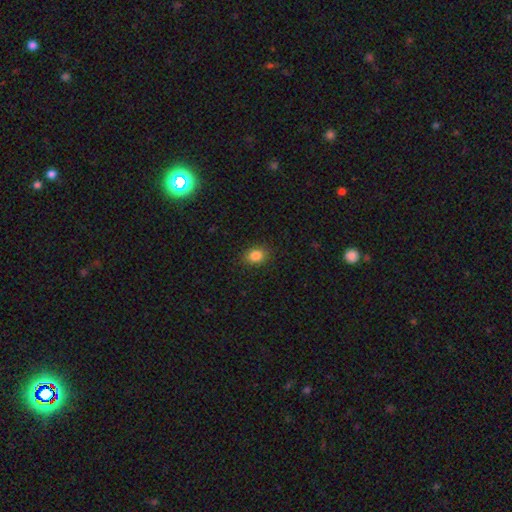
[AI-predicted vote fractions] Morphology: type=smooth (85%); roundness=in between (53%); merging=none (88%).